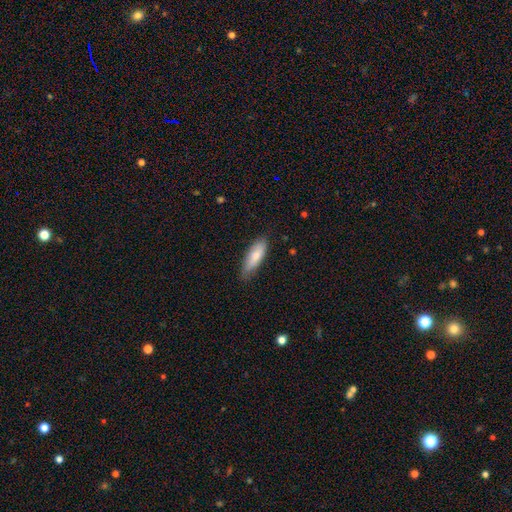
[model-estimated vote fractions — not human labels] The model was most divided on "how rounded": in between: 61%, cigar-shaped: 37%, round: 2%. More confident: smooth or featured — smooth (77%); merging — none (72%).